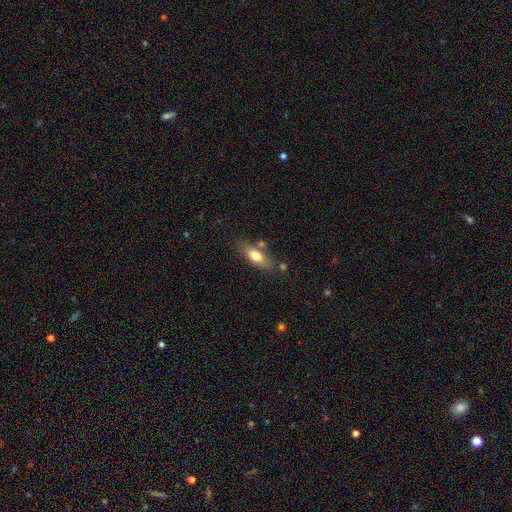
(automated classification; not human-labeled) This is likely a smooth galaxy (70%). How rounded: likely in between (71%). Merging: likely none (70%).